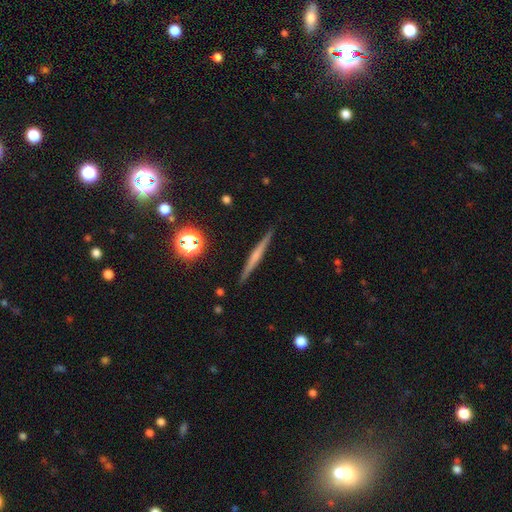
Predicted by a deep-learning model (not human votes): Smooth or featured? Predicted: featured or disk (p=0.57). Edge-on disk? Predicted: yes (p=0.97). Edge-on bulge? Predicted: none (p=0.54). Merging? Predicted: none (p=0.91).